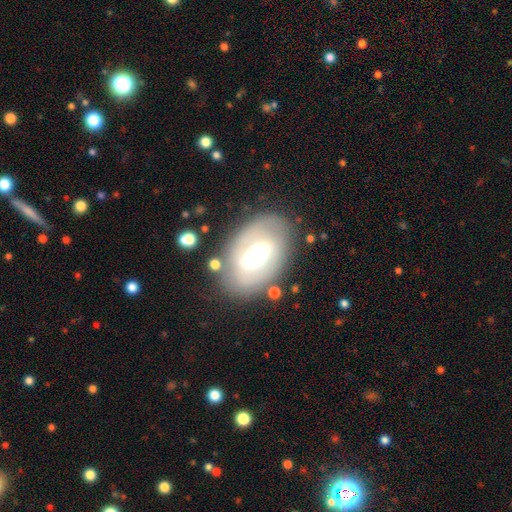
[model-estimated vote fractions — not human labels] smooth_or_featured: featured or disk (p=0.66) [alt: smooth p=0.27]
disk_edge_on: no (p=0.91) [alt: yes p=0.09]
bar: strong (p=0.49) [alt: weak p=0.38]
has_spiral_arms: yes (p=0.56) [alt: no p=0.44]
bulge_size: moderate (p=0.56) [alt: large p=0.25]
merging: none (p=0.74) [alt: minor disturbance p=0.15]